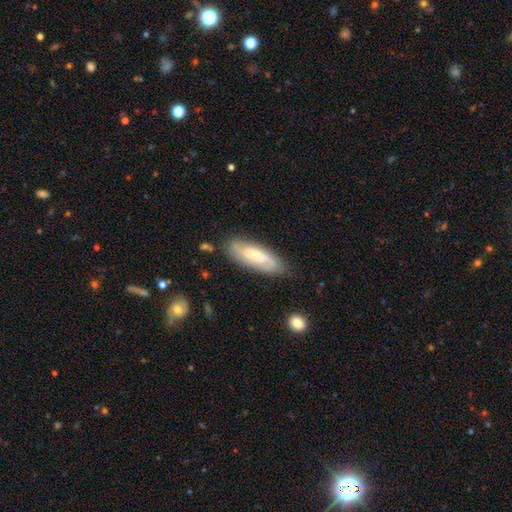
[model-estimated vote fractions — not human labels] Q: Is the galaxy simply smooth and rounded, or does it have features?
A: featured or disk — 63%.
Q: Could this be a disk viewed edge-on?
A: no — 86%.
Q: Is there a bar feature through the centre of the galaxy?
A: no — 55%.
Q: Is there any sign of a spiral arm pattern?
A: yes — 89%.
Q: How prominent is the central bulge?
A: small — 55%.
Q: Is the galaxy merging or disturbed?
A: none — 77%.